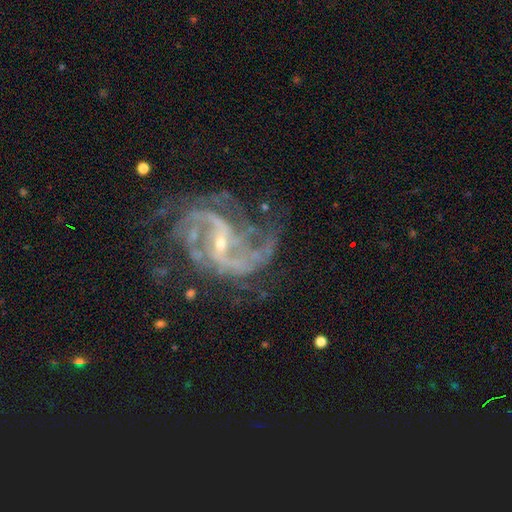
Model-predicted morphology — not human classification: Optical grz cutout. It shows a featured or disk galaxy (91%) with a weak bar (44%), 2 (64%) medium (51%) spiral arms (98%) and a small central bulge (78%). Merging: none (57%).